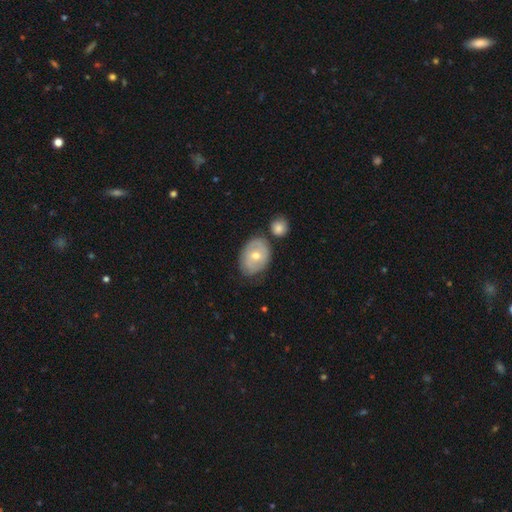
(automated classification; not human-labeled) This is possibly a smooth galaxy (47%). Merging: likely none (64%).